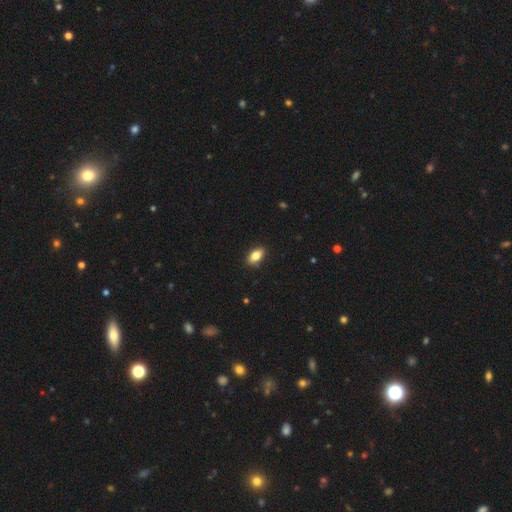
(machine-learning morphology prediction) smooth 82%, featured or disk 10%, star or artifact 8%. Down the decision tree: how rounded — in between (89%); merging — none (89%).